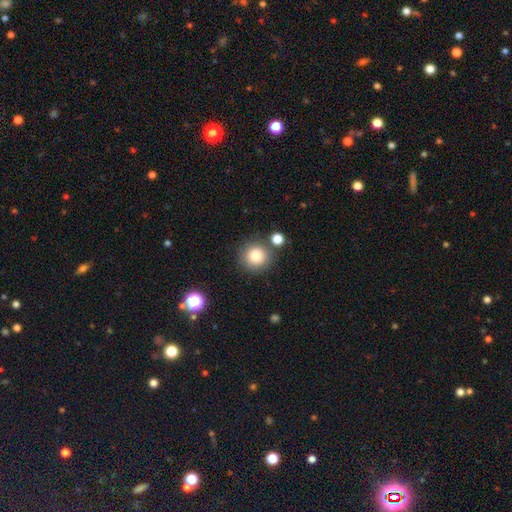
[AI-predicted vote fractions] A smooth galaxy with no disk features (84%) that is round (93%). Merging: none (80%).